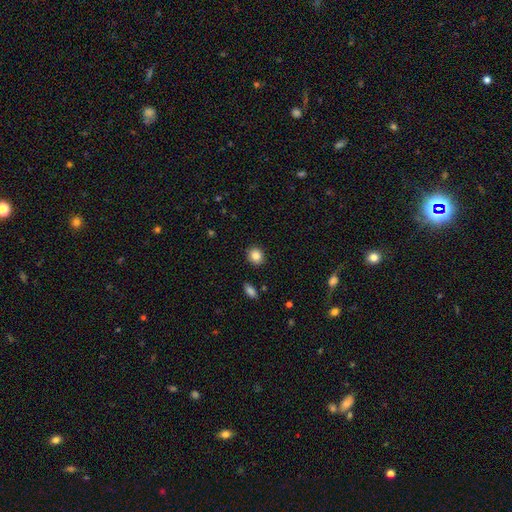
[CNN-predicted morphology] Smooth or featured: smooth — 86% (star or artifact — 9%)
How rounded: round — 80% (in between — 19%)
Merging: none — 90% (minor disturbance — 6%)